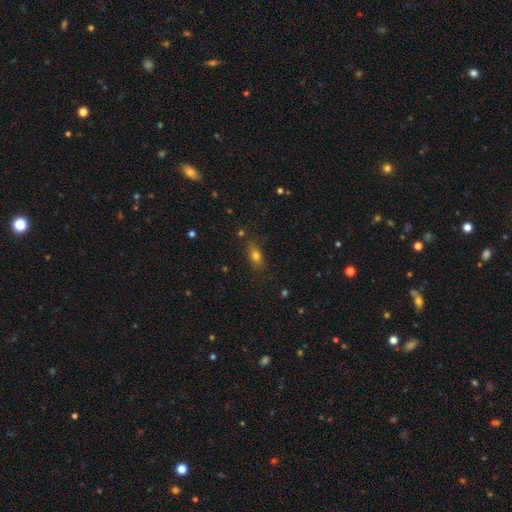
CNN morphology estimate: Smooth or featured? Predicted: smooth (p=0.76). How rounded? Predicted: in between (p=0.76). Merging? Predicted: none (p=0.77).